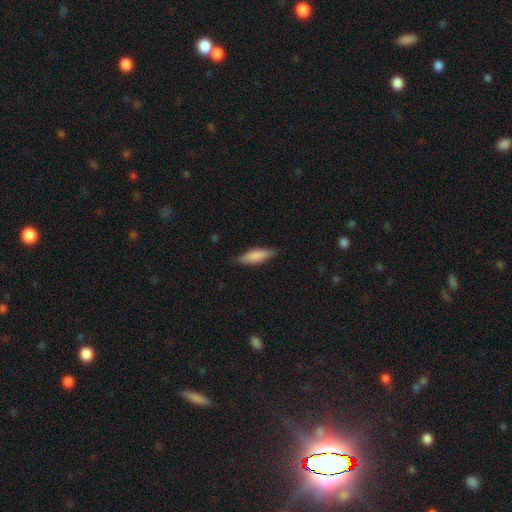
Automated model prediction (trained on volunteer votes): The model was most divided on "how rounded": cigar-shaped: 50%, in between: 48%, round: 2%. More confident: smooth or featured — smooth (82%); merging — none (82%).